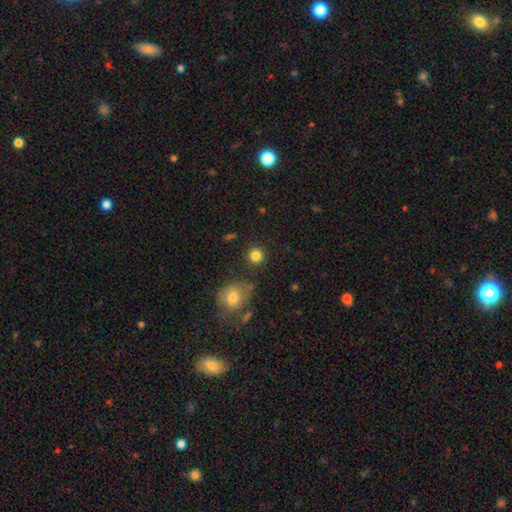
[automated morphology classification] type=smooth (84%); roundness=round (93%); merging=none (86%).